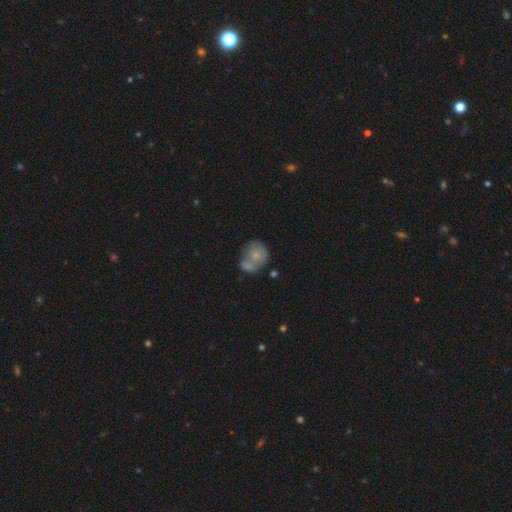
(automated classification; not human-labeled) The model was most divided on "merging": merger: 41%, none: 35%, minor disturbance: 16%, major disturbance: 8%. More confident: how rounded — round (75%); smooth or featured — smooth (66%).